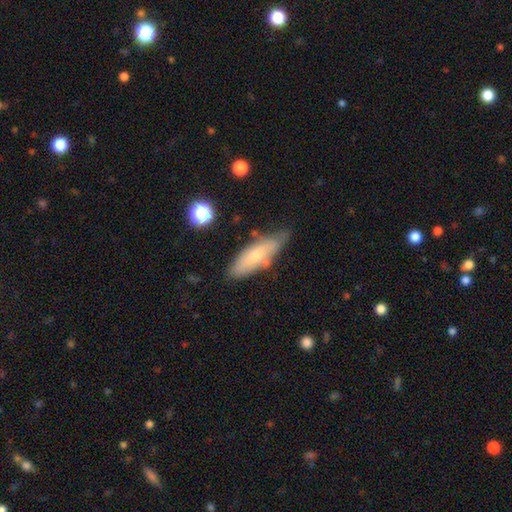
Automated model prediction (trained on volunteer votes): The model was most divided on "how rounded": in between: 51%, cigar-shaped: 47%, round: 2%. More confident: merging — none (64%); smooth or featured — smooth (63%).